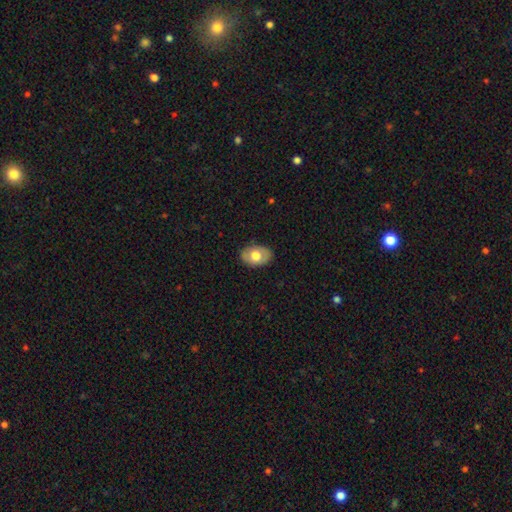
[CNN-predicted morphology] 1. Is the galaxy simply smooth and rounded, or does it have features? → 60% smooth, 33% featured or disk, 6% star or artifact.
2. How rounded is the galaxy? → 83% in between, 16% round, 1% cigar-shaped.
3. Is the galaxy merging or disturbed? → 83% none, 13% minor disturbance, 3% major disturbance, 1% merger.